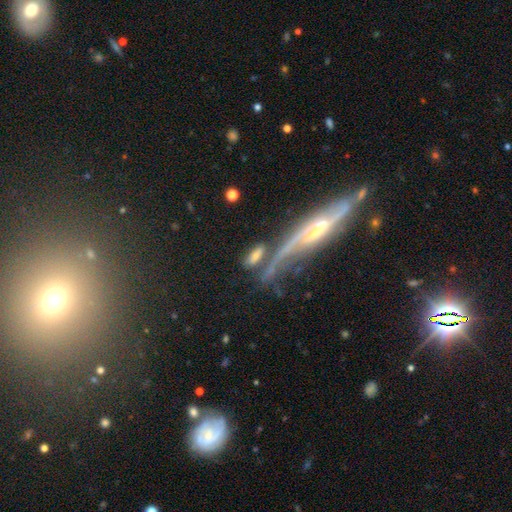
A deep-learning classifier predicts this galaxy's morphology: Overall: smooth (60%; featured or disk 30%). How rounded: in between (63%; cigar-shaped 31%). Merging: none (54%; merger 20%).